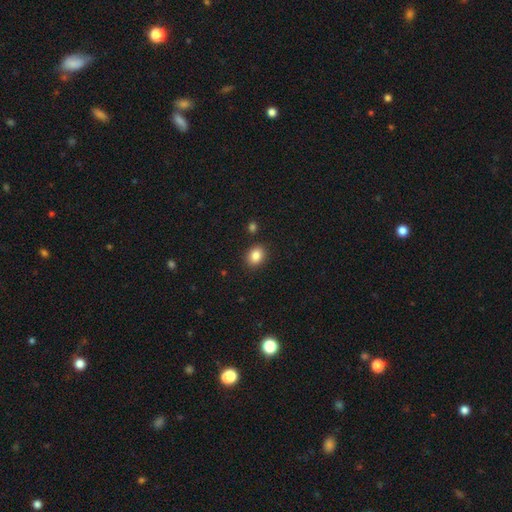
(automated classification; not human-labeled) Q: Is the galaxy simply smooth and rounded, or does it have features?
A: smooth — 85%.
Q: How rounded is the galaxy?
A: round — 51%.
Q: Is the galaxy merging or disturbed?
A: none — 87%.